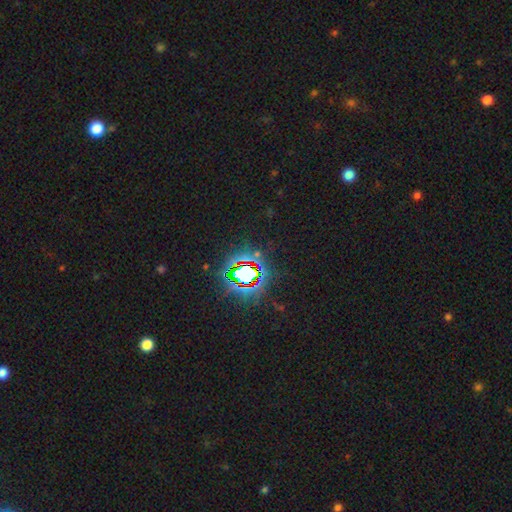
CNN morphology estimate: Overall: star or artifact (81%).